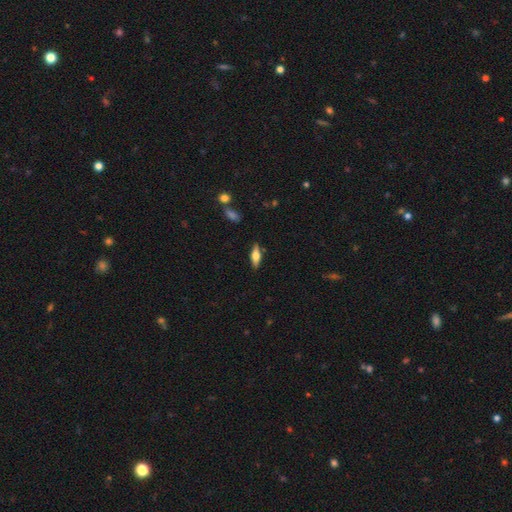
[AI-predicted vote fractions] The model was most divided on "smooth or featured": smooth: 47%, featured or disk: 46%, star or artifact: 7%. More confident: merging — none (86%).